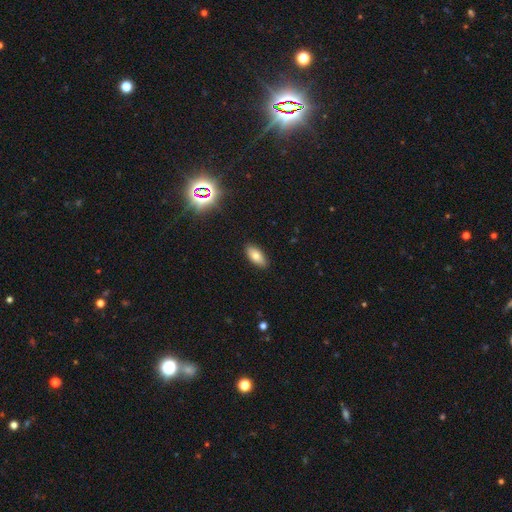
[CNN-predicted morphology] Smooth or featured? smooth (75%)
How rounded? in between (86%)
Merging? none (88%)